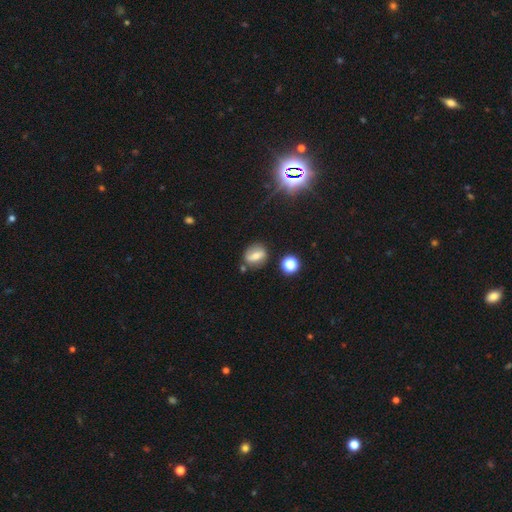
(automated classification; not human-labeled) A smooth galaxy with no disk features (55%) that is in between round and cigar-shaped (53%).

Vote fractions:
- Smooth or featured? smooth: 55% / featured or disk: 33% / star or artifact: 12%
- How rounded? in between: 53% / round: 42% / cigar-shaped: 5%
- Merging? none: 73% / minor disturbance: 16% / merger: 7% / major disturbance: 5%